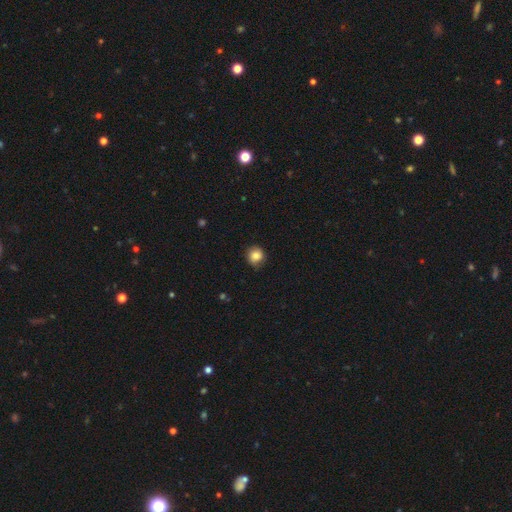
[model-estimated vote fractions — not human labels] A smooth galaxy with no disk features (83%) that is round (90%).

Vote fractions:
- Smooth or featured? smooth: 83% / star or artifact: 10% / featured or disk: 7%
- How rounded? round: 90% / in between: 10% / cigar-shaped: 1%
- Merging? none: 80% / minor disturbance: 16% / major disturbance: 3% / merger: 1%